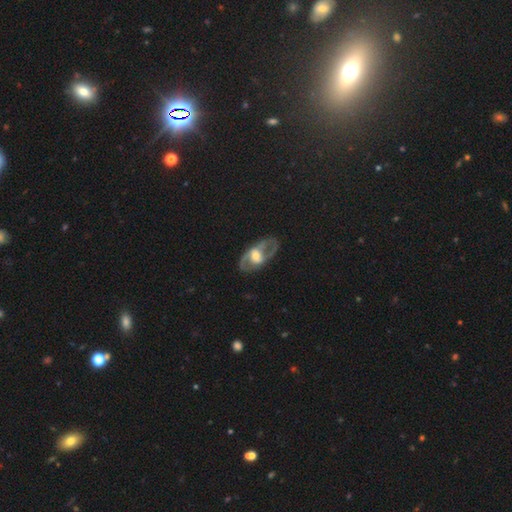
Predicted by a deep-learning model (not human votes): A featured or disk galaxy (76%) with no bar (40%), spiral arms (71%) and a moderate central bulge (60%). Merging: none (73%).